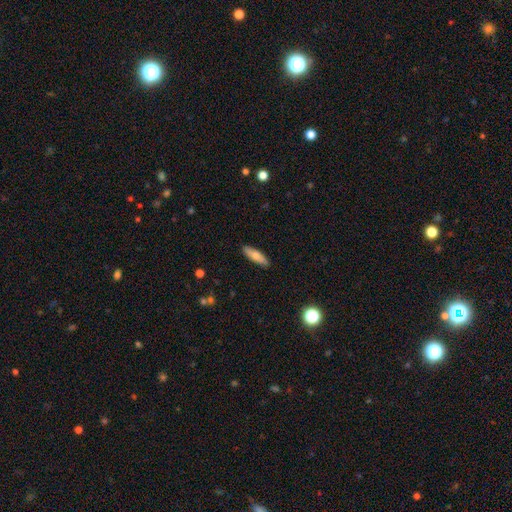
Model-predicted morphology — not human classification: Smooth or featured? Predicted: smooth (p=0.76). How rounded? Predicted: cigar-shaped (p=0.62). Merging? Predicted: none (p=0.89).